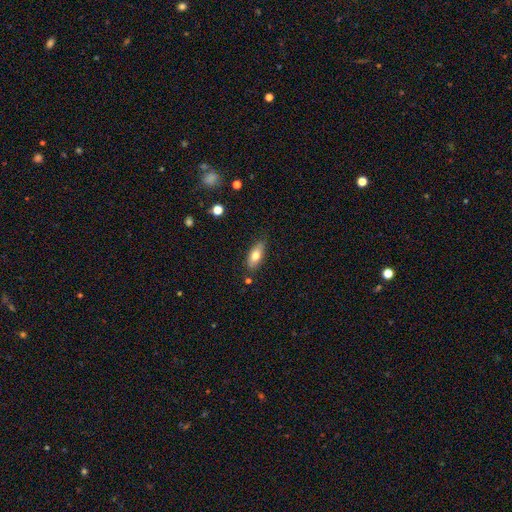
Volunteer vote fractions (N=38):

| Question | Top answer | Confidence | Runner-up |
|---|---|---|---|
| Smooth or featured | smooth | 76% | featured or disk (18%) |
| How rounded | in between | 83% | cigar-shaped (17%) |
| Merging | none | 78% | minor disturbance (22%) |